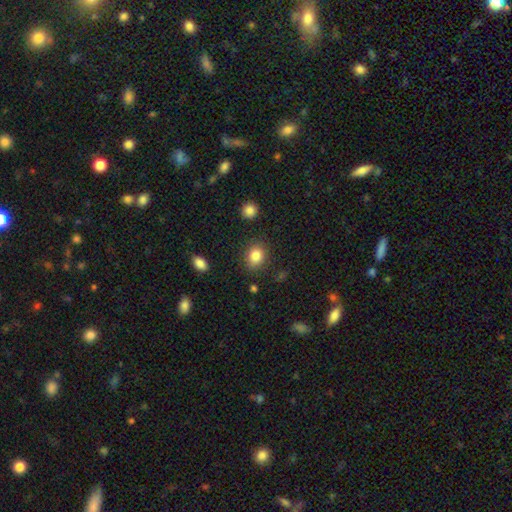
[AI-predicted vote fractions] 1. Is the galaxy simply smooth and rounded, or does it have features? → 84% smooth, 9% star or artifact, 6% featured or disk.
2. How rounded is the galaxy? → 52% round, 47% in between, 1% cigar-shaped.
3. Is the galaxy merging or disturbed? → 84% none, 11% minor disturbance, 3% major disturbance, 2% merger.